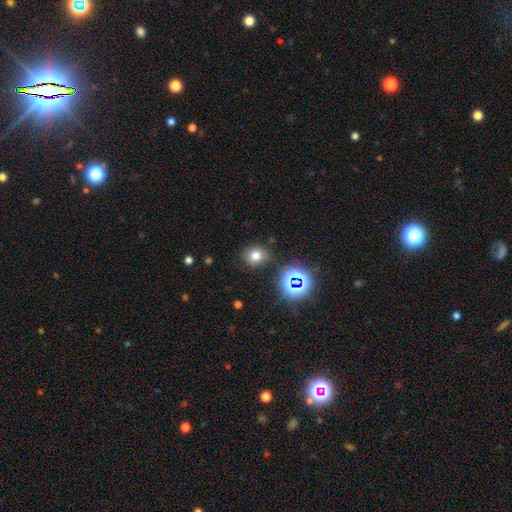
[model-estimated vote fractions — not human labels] smooth-or-featured: smooth: 71% | star or artifact: 20% | featured or disk: 8%
  how-rounded: round: 73% | in between: 26% | cigar-shaped: 1%
  merging: none: 82% | minor disturbance: 11% | major disturbance: 4% | merger: 3%